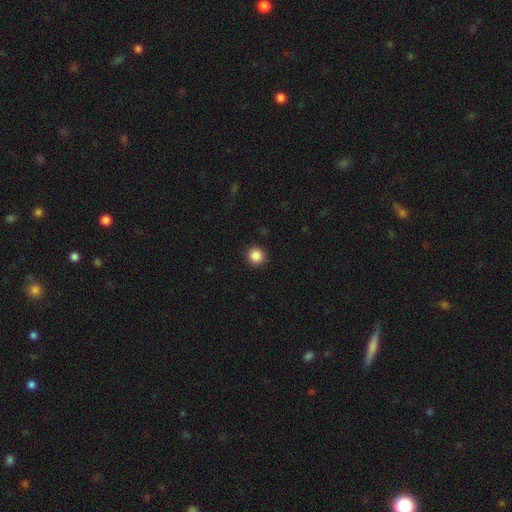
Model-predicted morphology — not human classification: A smooth galaxy with no disk features (87%) that is round (94%).

Vote fractions:
- Smooth or featured? smooth: 87% / star or artifact: 10% / featured or disk: 3%
- How rounded? round: 94% / in between: 5% / cigar-shaped: 1%
- Merging? none: 92% / minor disturbance: 5% / major disturbance: 2% / merger: 1%